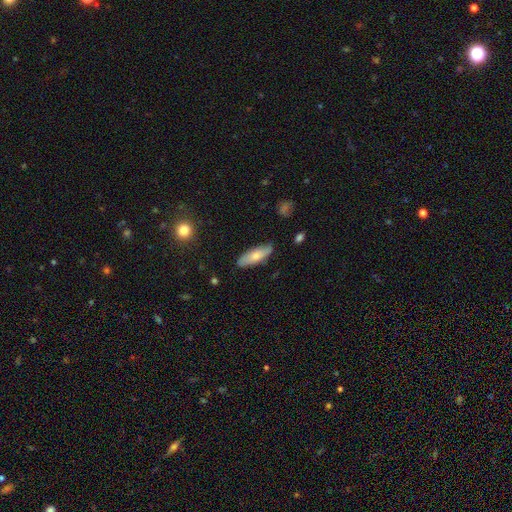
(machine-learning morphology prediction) This appears to be a smooth galaxy with no disk features (71%) that is in between round and cigar-shaped (60%). Merging: none (79%).